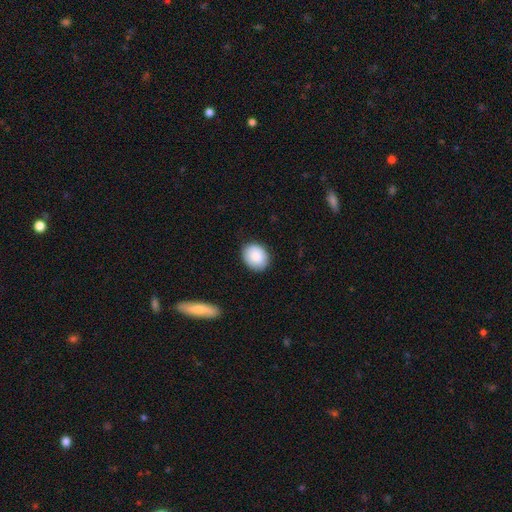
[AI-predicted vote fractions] Smooth or featured?
  - smooth: 88% *
  - star or artifact: 7%
  - featured or disk: 5%
How rounded?
  - round: 56% *
  - in between: 43%
  - cigar-shaped: 1%
Merging?
  - none: 86% *
  - minor disturbance: 10%
  - major disturbance: 2%
  - merger: 1%